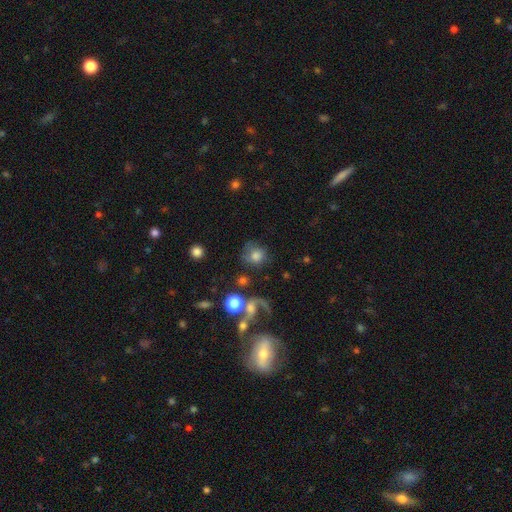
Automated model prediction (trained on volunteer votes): Q: Smooth or featured?
A: smooth (64%); runner-up: featured or disk (24%)
Q: How rounded?
A: round (80%); runner-up: in between (19%)
Q: Merging?
A: none (51%); runner-up: major disturbance (21%)